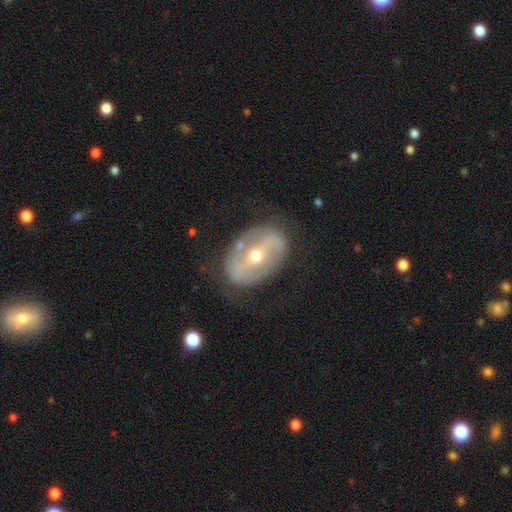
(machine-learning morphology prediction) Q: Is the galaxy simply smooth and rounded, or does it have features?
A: featured or disk — 76%.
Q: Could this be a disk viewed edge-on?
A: no — 92%.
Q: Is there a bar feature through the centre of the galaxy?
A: strong — 56%.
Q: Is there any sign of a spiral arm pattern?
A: no — 54%.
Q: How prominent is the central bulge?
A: moderate — 54%.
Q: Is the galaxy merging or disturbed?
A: none — 76%.